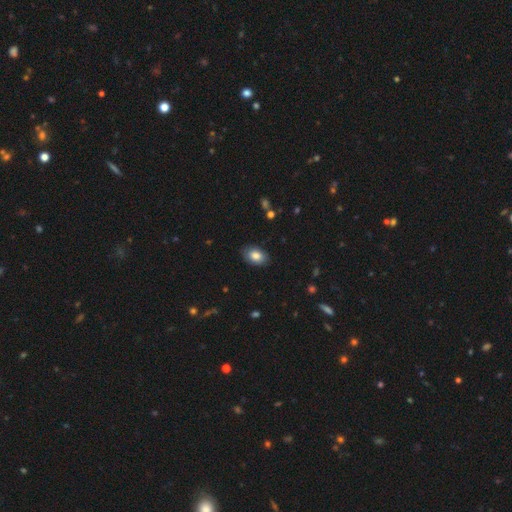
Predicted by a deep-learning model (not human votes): Smooth or featured: smooth — 84% (featured or disk — 9%)
How rounded: in between — 88% (round — 11%)
Merging: none — 86% (minor disturbance — 11%)